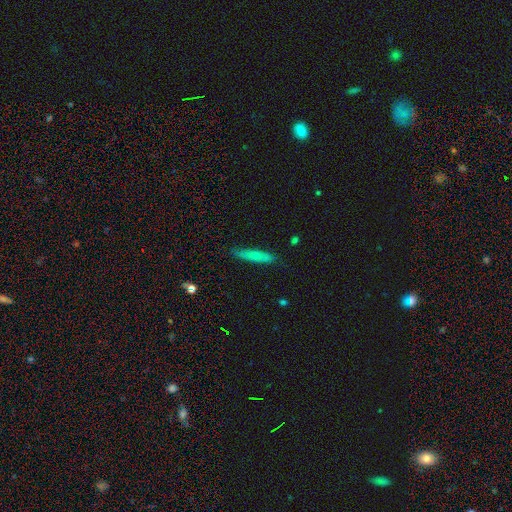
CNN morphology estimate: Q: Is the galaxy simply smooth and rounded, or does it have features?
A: smooth — 67%.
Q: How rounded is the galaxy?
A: cigar-shaped — 88%.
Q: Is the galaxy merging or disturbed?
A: none — 84%.